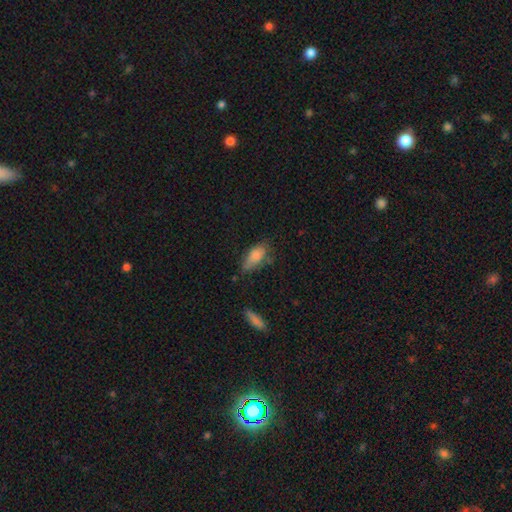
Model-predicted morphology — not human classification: Q: Smooth or featured?
A: smooth (81%); runner-up: featured or disk (11%)
Q: How rounded?
A: in between (82%); runner-up: cigar-shaped (15%)
Q: Merging?
A: none (49%); runner-up: minor disturbance (34%)